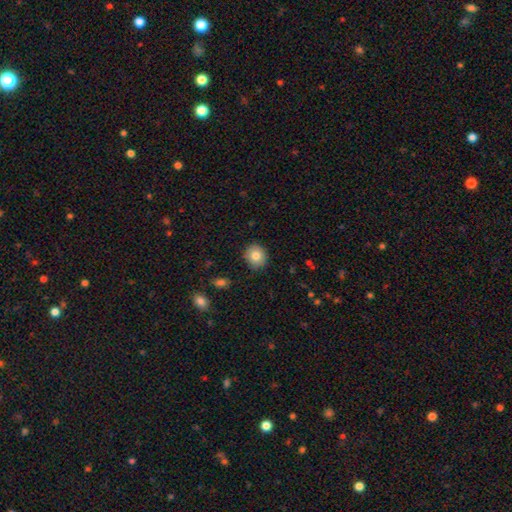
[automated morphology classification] Smooth or featured?
  - smooth: 81% *
  - featured or disk: 11%
  - star or artifact: 9%
How rounded?
  - round: 76% *
  - in between: 23%
  - cigar-shaped: 1%
Merging?
  - none: 87% *
  - minor disturbance: 10%
  - major disturbance: 2%
  - merger: 1%